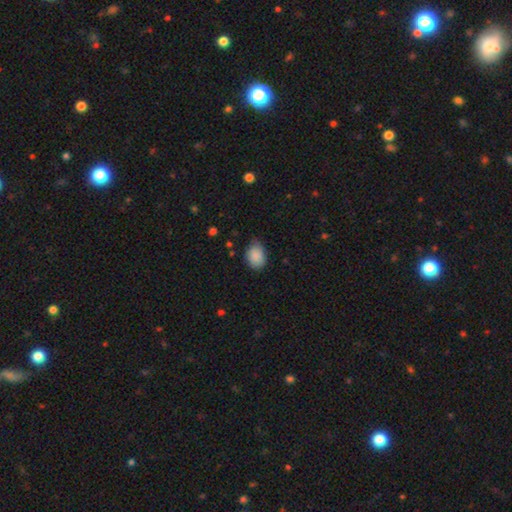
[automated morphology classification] The model was most divided on "merging": none: 65%, minor disturbance: 29%, major disturbance: 5%, merger: 1%. More confident: smooth or featured — smooth (88%); how rounded — in between (70%).